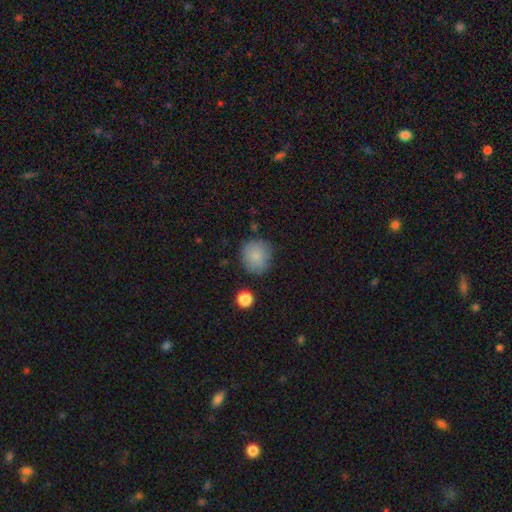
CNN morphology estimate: Overall: smooth (84%). How rounded: round (89%). Merging: none (77%).